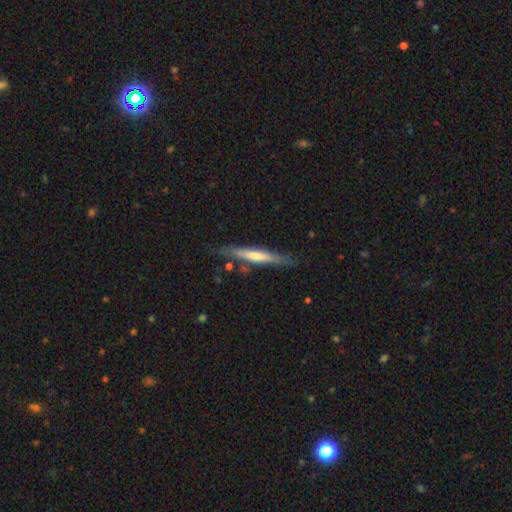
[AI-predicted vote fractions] smooth_or_featured: featured or disk (p=0.58) [alt: smooth p=0.35]
disk_edge_on: yes (p=0.94) [alt: no p=0.06]
edge_on_bulge: none (p=0.45) [alt: rounded p=0.39]
merging: none (p=0.81) [alt: minor disturbance p=0.13]